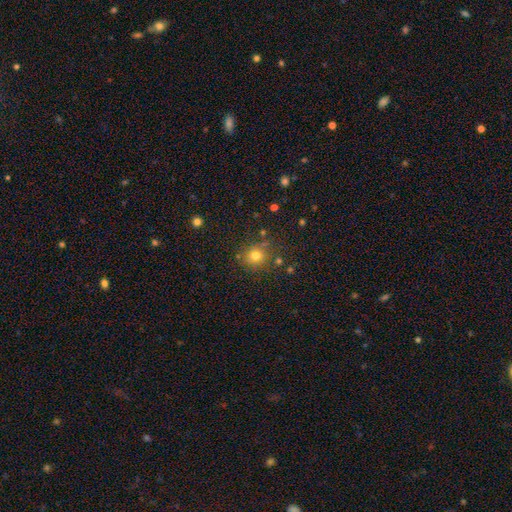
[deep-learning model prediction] Smooth or featured? smooth (75%)
How rounded? round (88%)
Merging? none (79%)